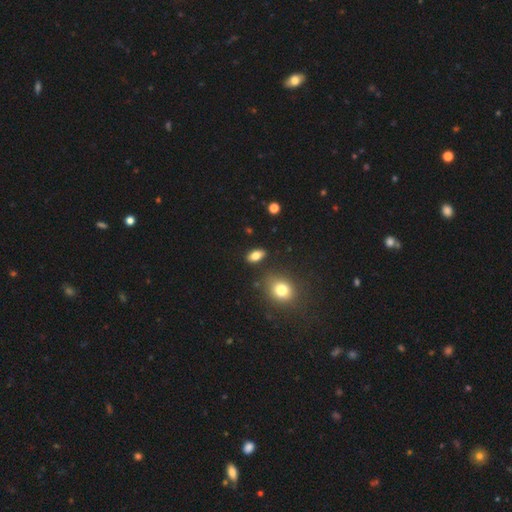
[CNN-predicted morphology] The model was most divided on "smooth or featured": smooth: 80%, featured or disk: 10%, star or artifact: 10%. More confident: how rounded — in between (87%); merging — none (84%).